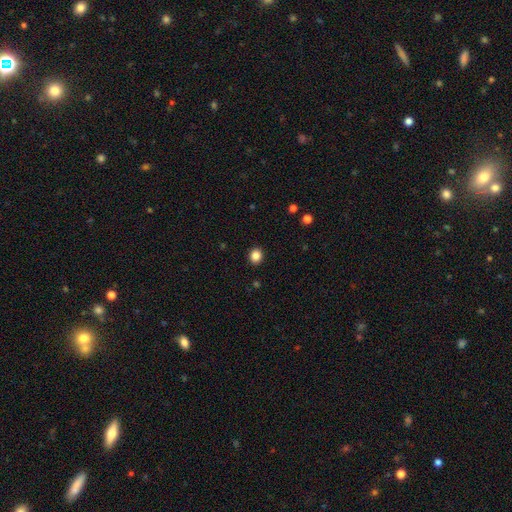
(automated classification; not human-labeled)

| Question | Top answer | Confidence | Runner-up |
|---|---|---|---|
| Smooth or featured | smooth | 85% | star or artifact (11%) |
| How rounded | round | 79% | in between (20%) |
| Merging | none | 92% | minor disturbance (5%) |